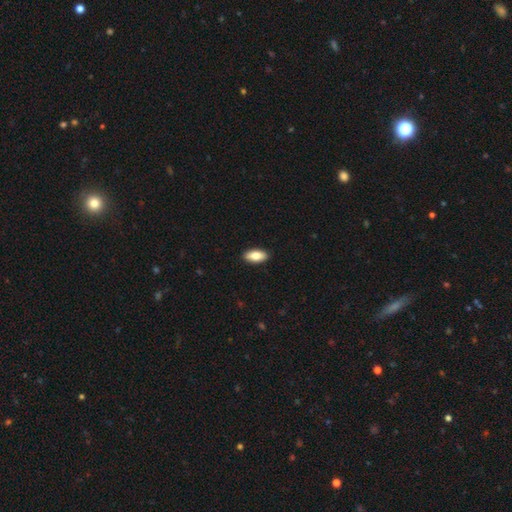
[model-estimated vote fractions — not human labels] Smooth or featured? smooth (83%)
How rounded? in between (90%)
Merging? none (91%)